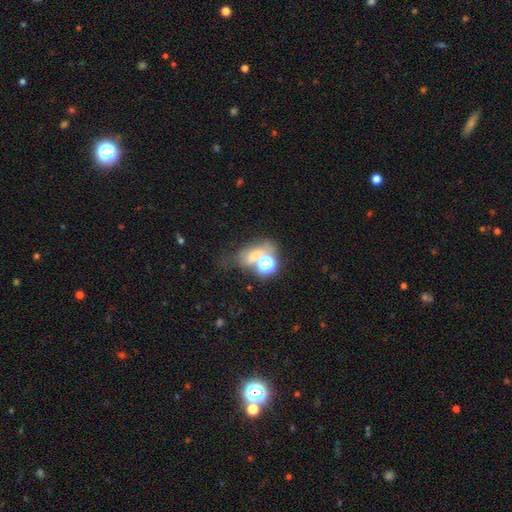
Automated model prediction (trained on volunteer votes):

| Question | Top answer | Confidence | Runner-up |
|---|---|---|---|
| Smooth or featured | smooth | 55% | star or artifact (29%) |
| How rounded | in between | 52% | round (44%) |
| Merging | none | 42% | merger (29%) |